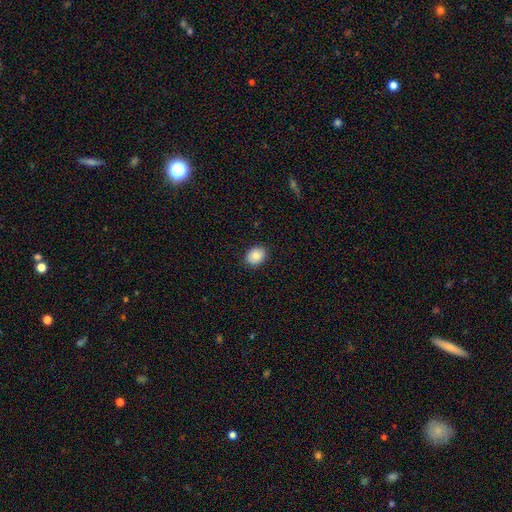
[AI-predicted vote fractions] The model was most divided on "how rounded": in between: 51%, round: 48%, cigar-shaped: 1%. More confident: merging — none (89%); smooth or featured — smooth (84%).